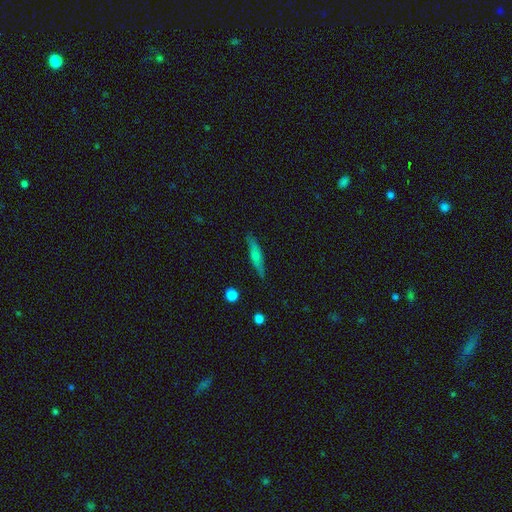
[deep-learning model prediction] Overall: smooth (50%; featured or disk 43%). How rounded: cigar-shaped (81%). Merging: none (82%).